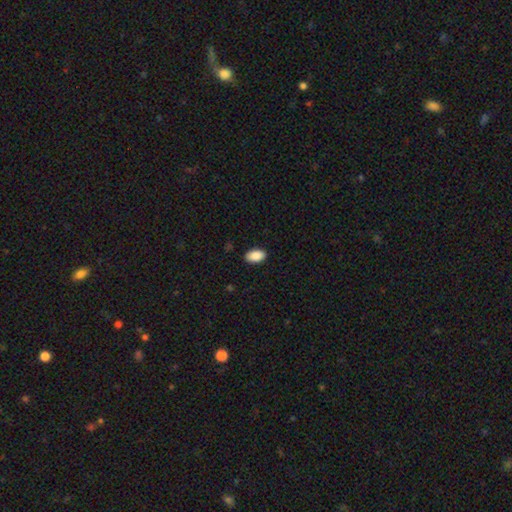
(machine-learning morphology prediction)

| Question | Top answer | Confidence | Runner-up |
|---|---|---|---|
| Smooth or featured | smooth | 90% | star or artifact (7%) |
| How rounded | in between | 95% | round (4%) |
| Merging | none | 89% | minor disturbance (9%) |